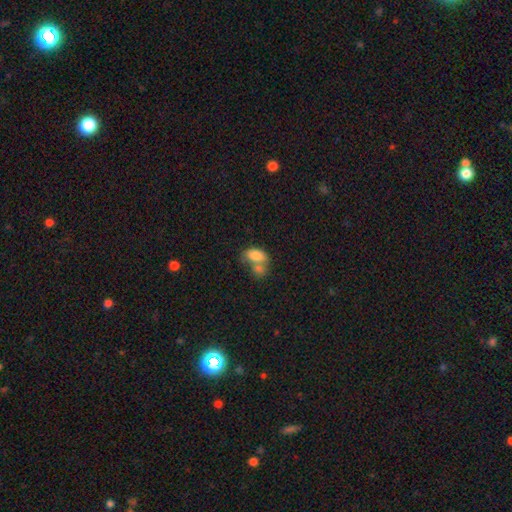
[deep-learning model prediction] Smooth or featured: smooth — 80% (featured or disk — 12%)
How rounded: in between — 89% (round — 9%)
Merging: merger — 59% (none — 24%)